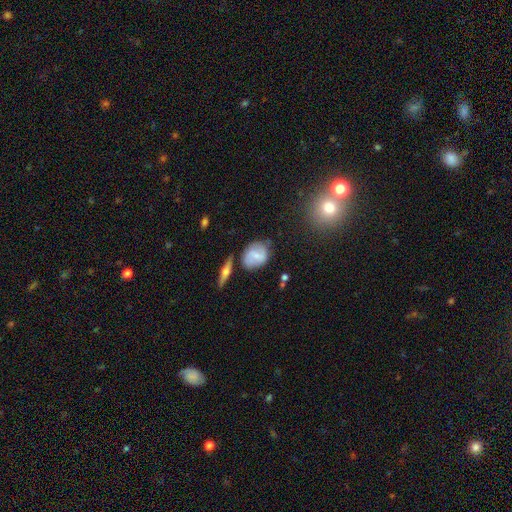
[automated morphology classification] Smooth or featured? Predicted: smooth (p=0.47). Merging? Predicted: none (p=0.69).